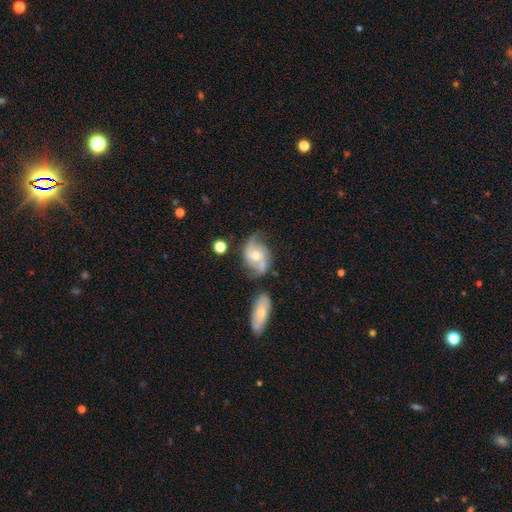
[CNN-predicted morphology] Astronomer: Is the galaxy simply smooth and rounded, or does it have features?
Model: featured or disk — 81%.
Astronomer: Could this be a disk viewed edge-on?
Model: no — 97%.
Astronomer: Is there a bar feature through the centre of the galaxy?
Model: no — 58% (runner-up: weak, 34%).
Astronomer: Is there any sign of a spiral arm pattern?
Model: yes — 95%.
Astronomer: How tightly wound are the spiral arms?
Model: medium — 49% (runner-up: loose, 29%).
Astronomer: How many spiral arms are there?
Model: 2 — 69%.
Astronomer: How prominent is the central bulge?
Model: moderate — 68%.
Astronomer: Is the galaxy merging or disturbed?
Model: none — 56%.